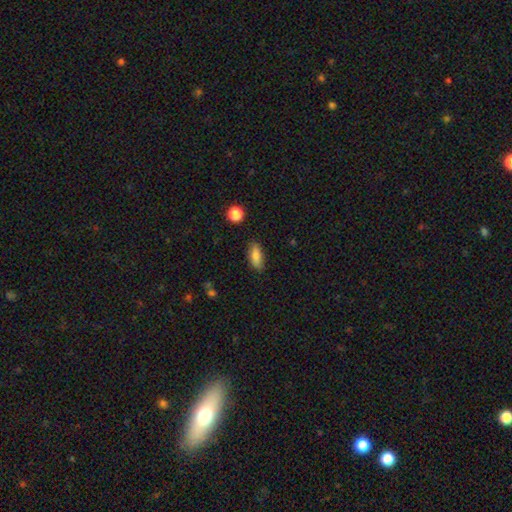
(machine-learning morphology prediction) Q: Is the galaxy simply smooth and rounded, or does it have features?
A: smooth — 78%.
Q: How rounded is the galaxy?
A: in between — 71%.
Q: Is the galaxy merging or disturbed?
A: none — 83%.